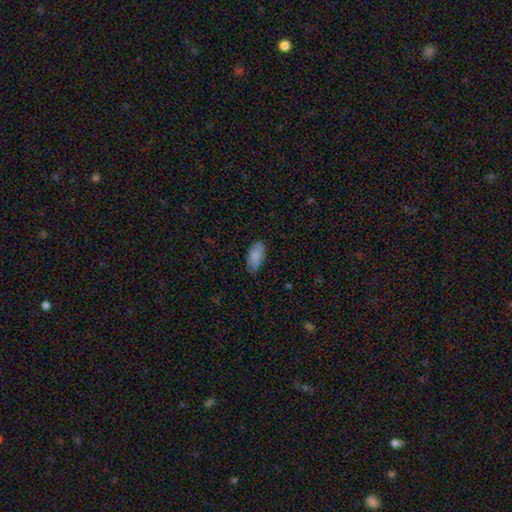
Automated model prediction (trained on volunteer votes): A smooth galaxy with no disk features (86%) that is in between round and cigar-shaped (92%). Merging: none (75%).